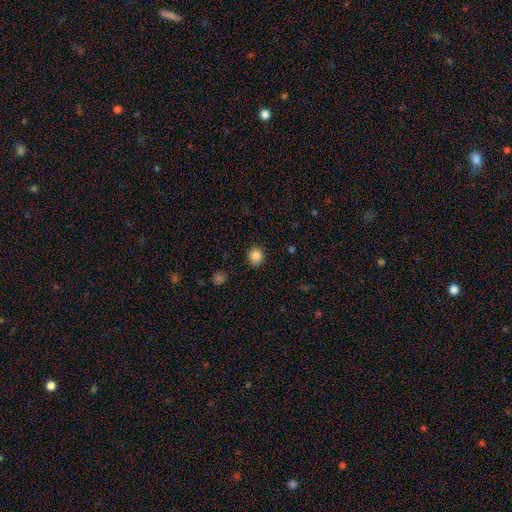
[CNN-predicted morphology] Smooth or featured: smooth — 85% (star or artifact — 11%)
How rounded: round — 83% (in between — 16%)
Merging: none — 88% (minor disturbance — 8%)